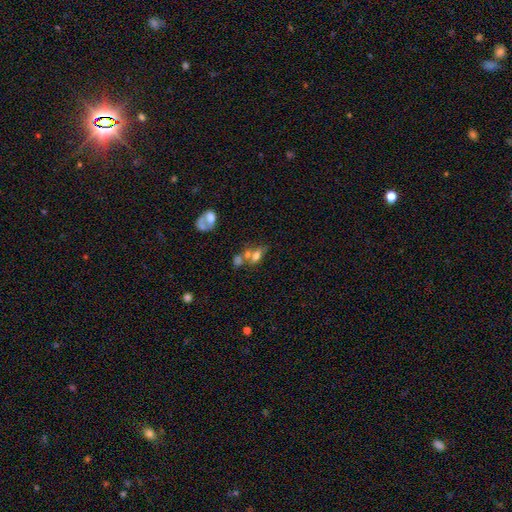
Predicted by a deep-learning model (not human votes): This is likely a smooth galaxy (62%). How rounded: likely in between (75%). Merging: possibly merger (49%).